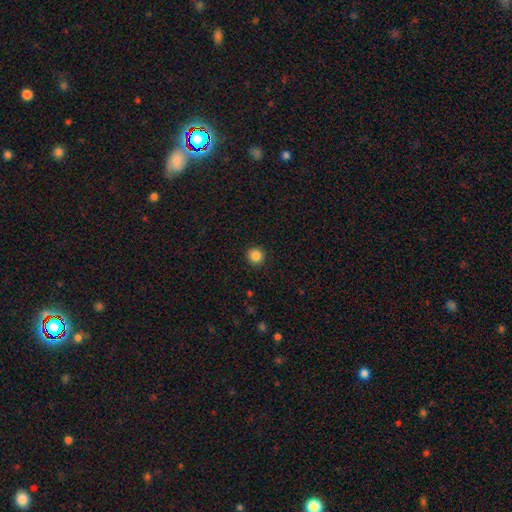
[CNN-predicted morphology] smooth 85%, star or artifact 11%, featured or disk 4%. Down the decision tree: how rounded — round (94%); merging — none (92%).